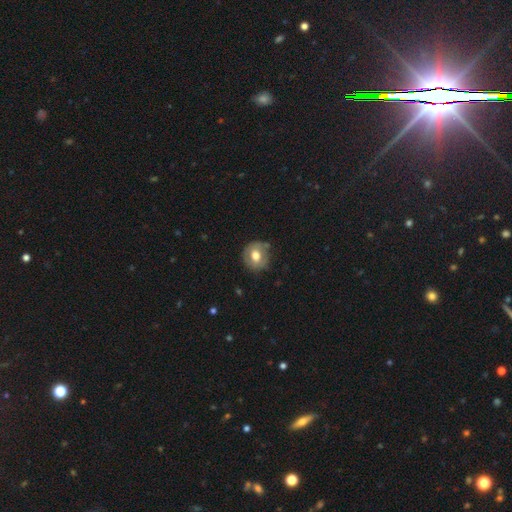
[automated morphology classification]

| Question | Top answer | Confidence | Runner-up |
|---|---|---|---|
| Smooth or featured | smooth | 62% | featured or disk (30%) |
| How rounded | round | 83% | in between (16%) |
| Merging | none | 73% | minor disturbance (20%) |